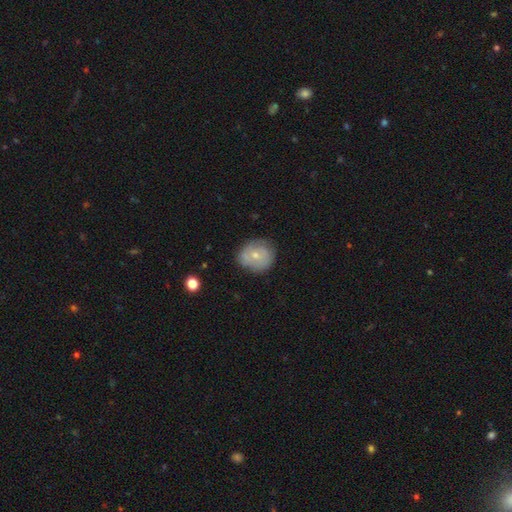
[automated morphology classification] Smooth or featured?
  - smooth: 48% *
  - featured or disk: 45%
  - star or artifact: 8%
Merging?
  - none: 70% *
  - minor disturbance: 22%
  - major disturbance: 6%
  - merger: 2%